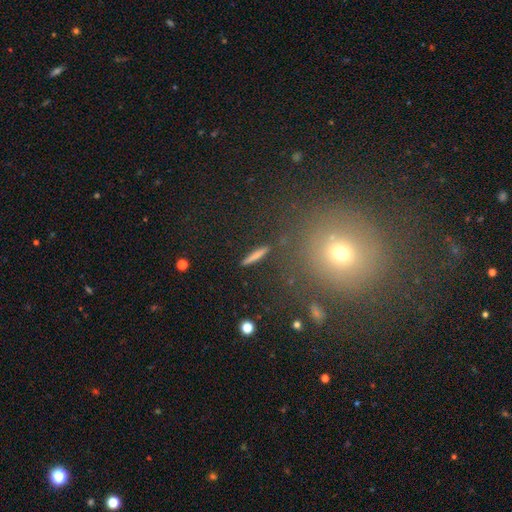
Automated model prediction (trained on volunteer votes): A smooth galaxy with no disk features (70%) that is cigar-shaped (91%). Merging: none (88%).